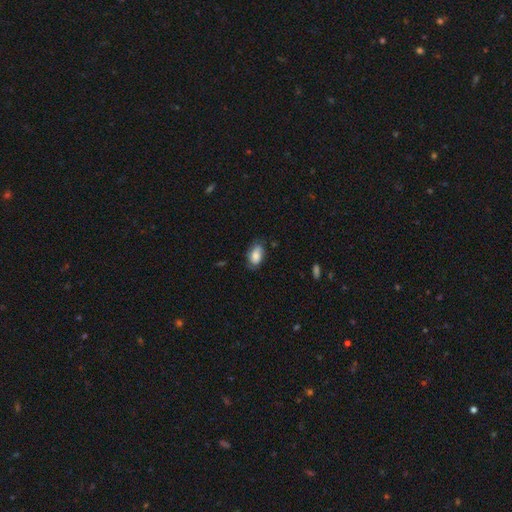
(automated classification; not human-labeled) This appears to be a smooth galaxy with no disk features (73%) that is in between round and cigar-shaped (92%). Merging: none (68%).